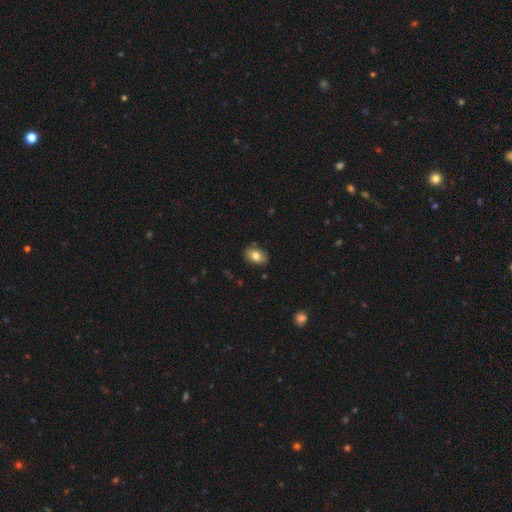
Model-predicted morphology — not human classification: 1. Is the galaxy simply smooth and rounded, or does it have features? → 80% smooth, 12% featured or disk, 8% star or artifact.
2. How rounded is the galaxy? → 87% in between, 11% round, 1% cigar-shaped.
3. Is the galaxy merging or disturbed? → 84% none, 12% minor disturbance, 2% major disturbance, 2% merger.